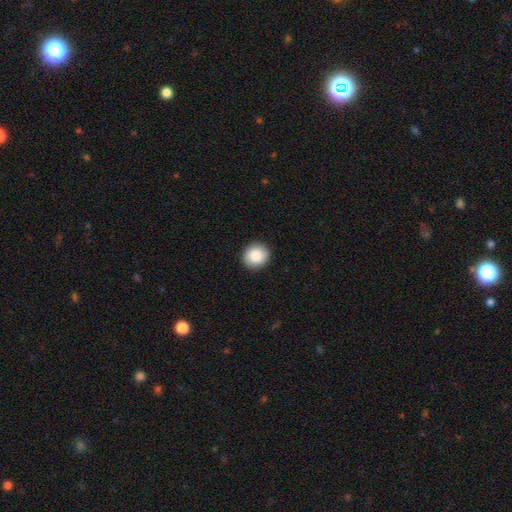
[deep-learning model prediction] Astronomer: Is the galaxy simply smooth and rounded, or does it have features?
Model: smooth — 88%.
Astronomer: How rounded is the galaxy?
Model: round — 88%.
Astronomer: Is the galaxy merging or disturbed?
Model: none — 91%.